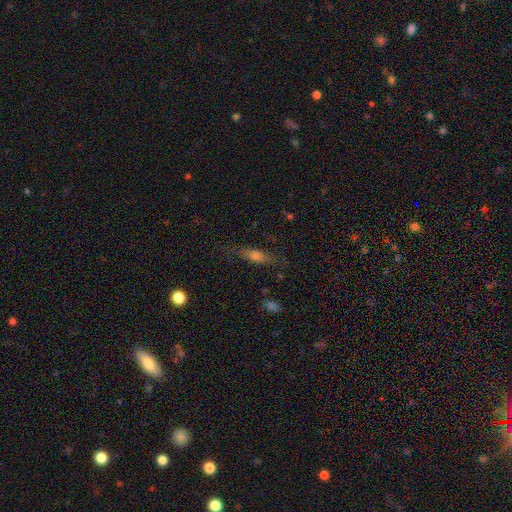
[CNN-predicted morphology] smooth_or_featured: smooth (p=0.49) [alt: featured or disk p=0.38]
merging: none (p=0.77) [alt: minor disturbance p=0.15]